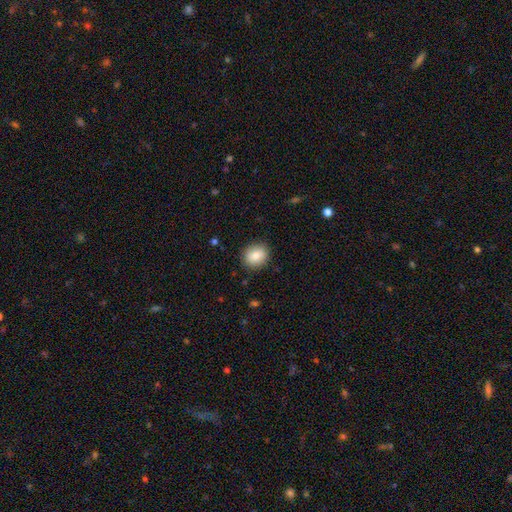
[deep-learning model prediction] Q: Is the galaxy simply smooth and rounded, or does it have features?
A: smooth — 83%.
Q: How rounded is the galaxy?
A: round — 70%.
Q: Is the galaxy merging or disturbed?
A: none — 88%.